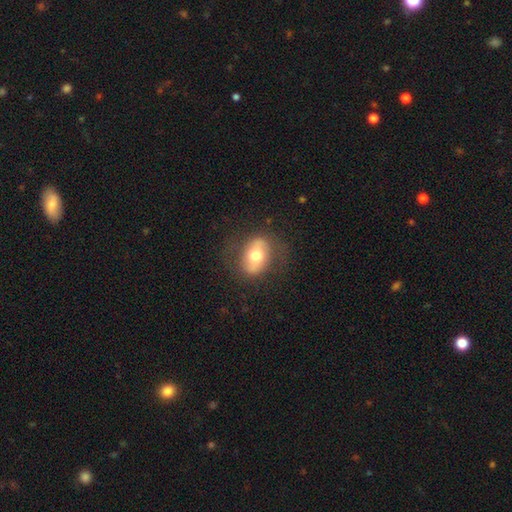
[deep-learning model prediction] This appears to be a smooth galaxy with no disk features (53%) that is in between round and cigar-shaped (72%). Merging: none (73%).